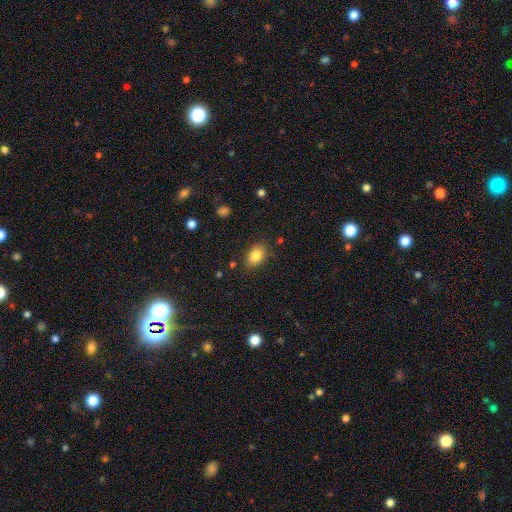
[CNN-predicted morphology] This is clearly a smooth galaxy (84%). How rounded: clearly in between (81%). Merging: clearly none (82%).